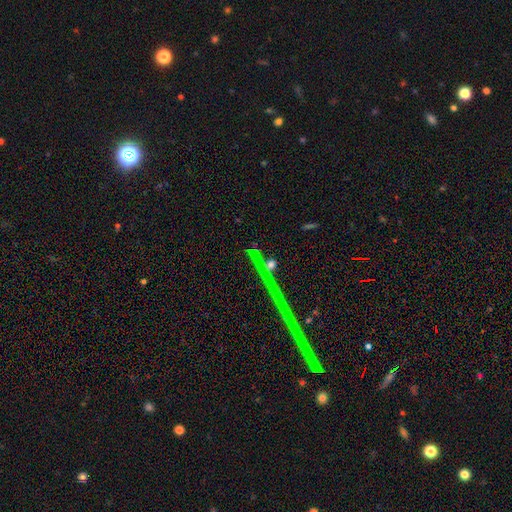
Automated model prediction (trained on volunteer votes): This appears to be a star or artifact, not a galaxy (64%).